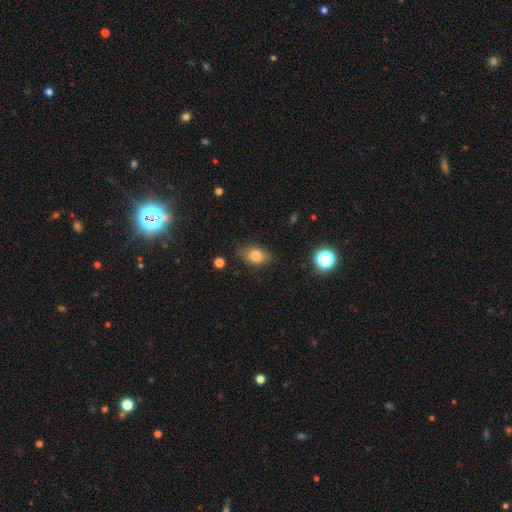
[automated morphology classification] Overall: smooth (81%). How rounded: in between (78%). Merging: none (76%).